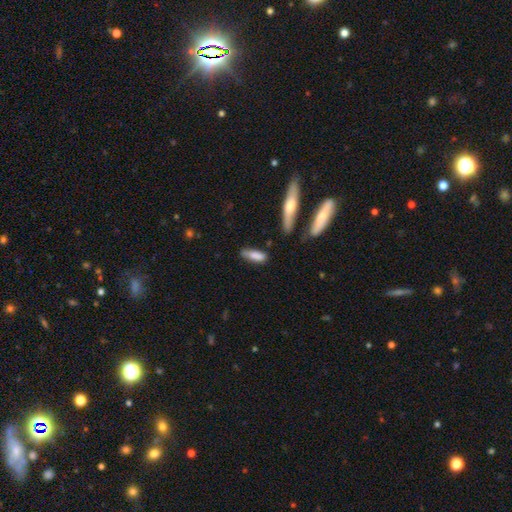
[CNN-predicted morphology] smooth_or_featured: smooth (p=0.79) [alt: featured or disk p=0.14]
how_rounded: in between (p=0.52) [alt: cigar-shaped p=0.46]
merging: none (p=0.62) [alt: minor disturbance p=0.25]